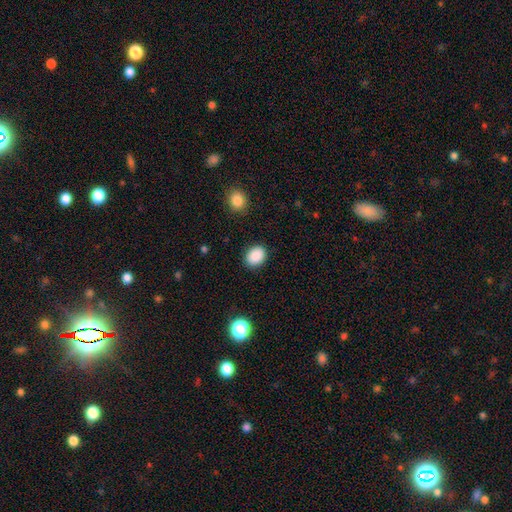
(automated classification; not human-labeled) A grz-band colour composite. It shows a smooth galaxy with no disk features (89%) that is in between round and cigar-shaped (53%). Merging: none (89%).